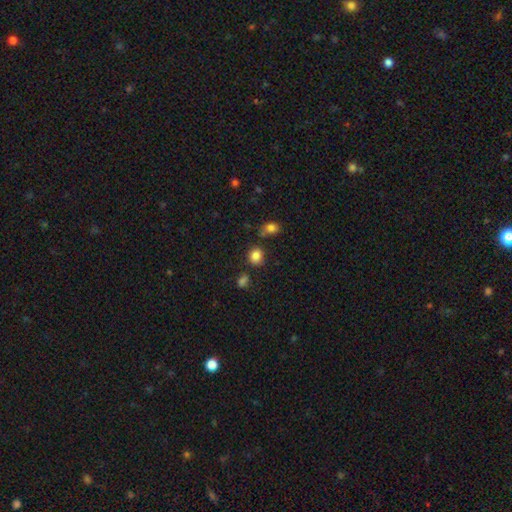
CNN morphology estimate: smooth 84%, star or artifact 11%, featured or disk 5%. Down the decision tree: how rounded — round (69%); merging — none (74%).